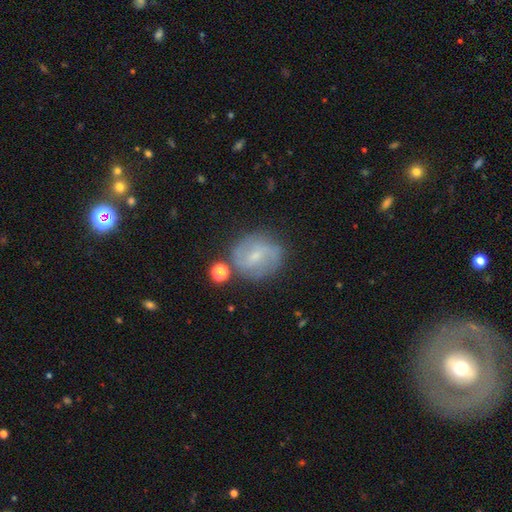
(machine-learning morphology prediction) Smooth or featured: featured or disk — 70% (smooth — 22%)
Edge-on disk: no — 97% (yes — 3%)
Bar: weak — 56% (no — 27%)
Spiral arms: yes — 89% (no — 11%)
Spiral winding: medium — 45% (loose — 32%)
Spiral arm count: 2 — 77% (can't tell — 13%)
Bulge size: small — 70% (moderate — 21%)
Merging: none — 74% (minor disturbance — 16%)